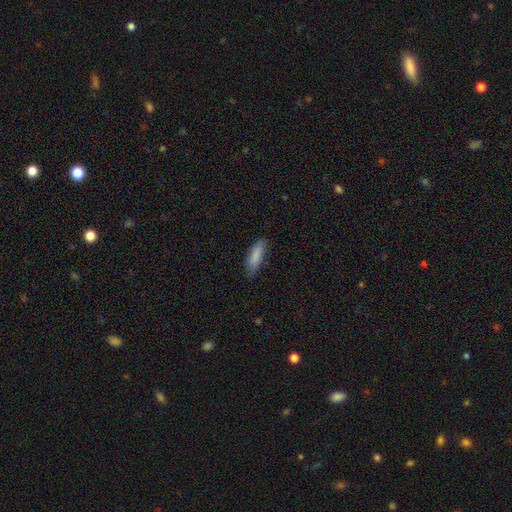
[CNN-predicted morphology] This is clearly a smooth galaxy (84%). How rounded: possibly cigar-shaped (53%). Merging: likely none (75%).